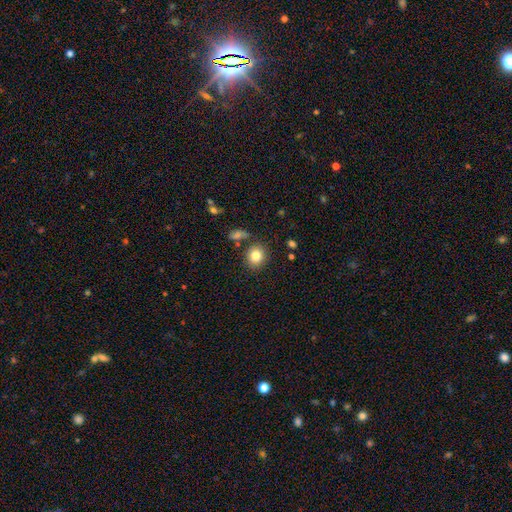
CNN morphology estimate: type=smooth (83%); roundness=round (77%); merging=none (81%).